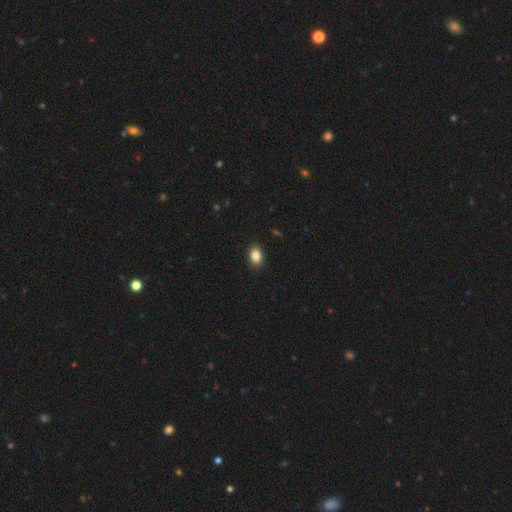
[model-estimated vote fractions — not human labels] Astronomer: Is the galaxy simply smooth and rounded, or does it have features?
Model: smooth — 85%.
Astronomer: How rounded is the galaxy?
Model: in between — 79%.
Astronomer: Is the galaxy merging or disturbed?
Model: none — 90%.